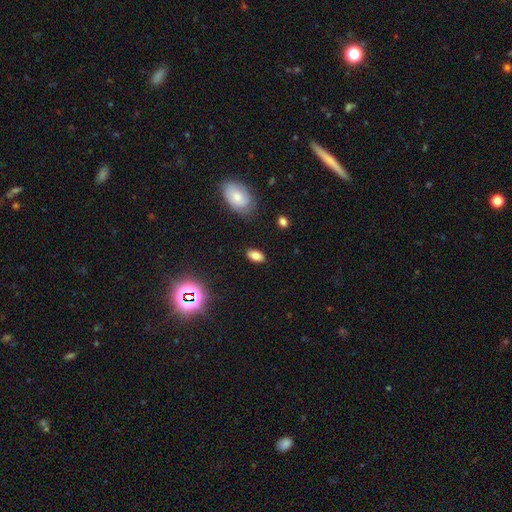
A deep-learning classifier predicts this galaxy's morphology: This is likely a smooth galaxy (79%). How rounded: clearly in between (91%). Merging: clearly none (85%).